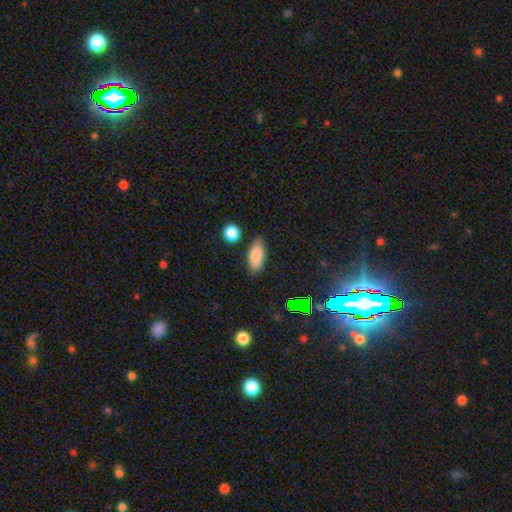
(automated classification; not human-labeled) smooth_or_featured: smooth (p=0.84) [alt: star or artifact p=0.09]
how_rounded: in between (p=0.85) [alt: cigar-shaped p=0.12]
merging: none (p=0.80) [alt: minor disturbance p=0.13]